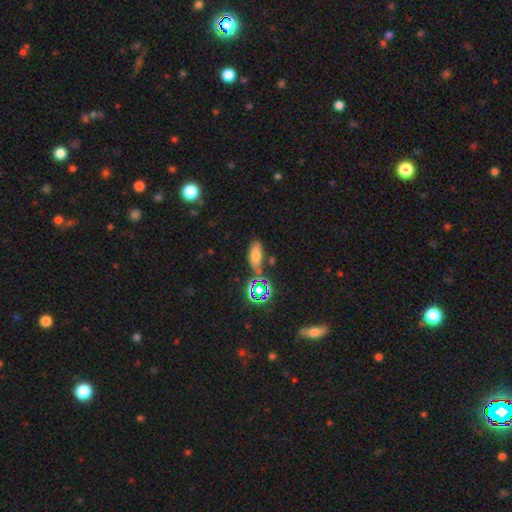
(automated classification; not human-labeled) The model was most divided on "smooth or featured": smooth: 64%, star or artifact: 23%, featured or disk: 13%. More confident: how rounded — in between (75%); merging — none (63%).